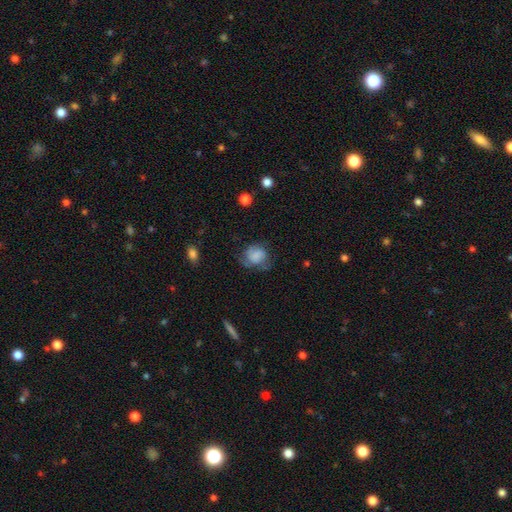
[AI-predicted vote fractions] smooth_or_featured: smooth (p=0.65) [alt: featured or disk p=0.26]
how_rounded: round (p=0.65) [alt: in between p=0.34]
merging: none (p=0.49) [alt: minor disturbance p=0.29]